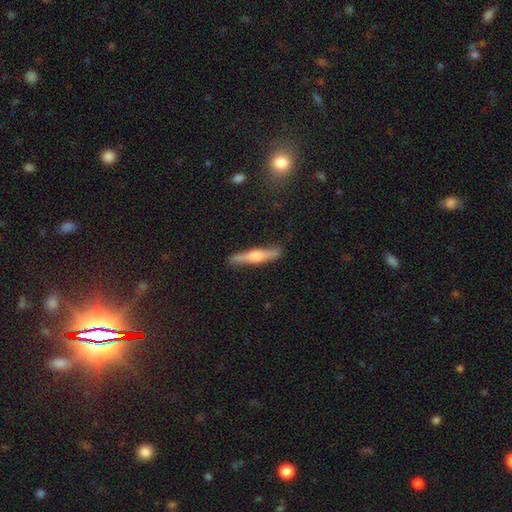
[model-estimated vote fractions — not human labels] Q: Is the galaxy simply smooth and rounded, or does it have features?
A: featured or disk — 59%.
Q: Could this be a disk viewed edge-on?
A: yes — 96%.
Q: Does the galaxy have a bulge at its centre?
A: rounded — 79%.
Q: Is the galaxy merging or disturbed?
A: none — 88%.